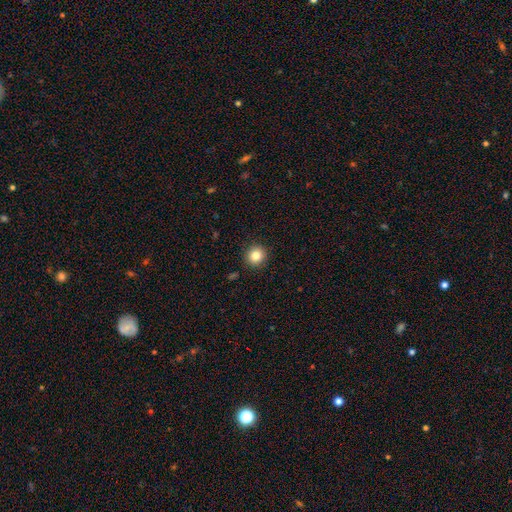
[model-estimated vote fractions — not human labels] smooth_or_featured: smooth (p=0.84) [alt: star or artifact p=0.10]
how_rounded: round (p=0.93) [alt: in between p=0.06]
merging: none (p=0.92) [alt: minor disturbance p=0.05]